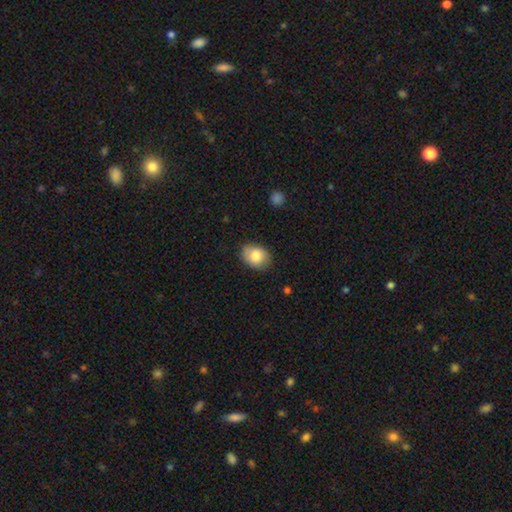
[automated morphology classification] Smooth or featured? Predicted: smooth (p=0.80). How rounded? Predicted: in between (p=0.70). Merging? Predicted: none (p=0.78).